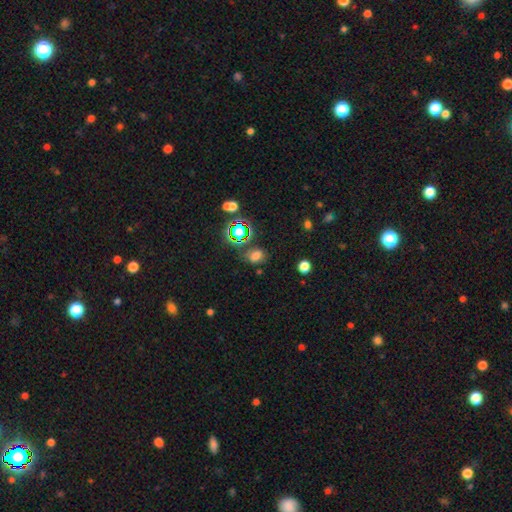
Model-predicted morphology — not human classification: type=smooth (63%); roundness=in between (62%); merging=none (70%).